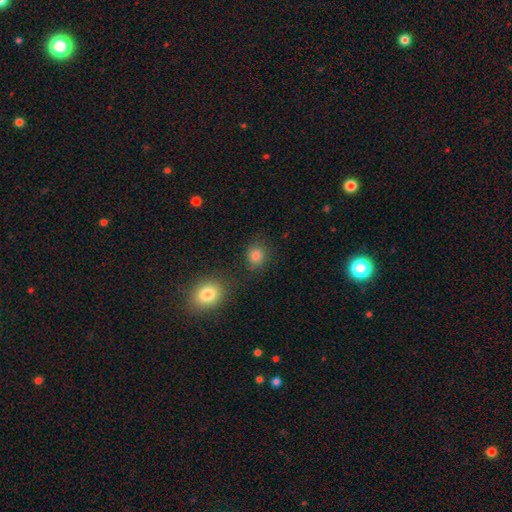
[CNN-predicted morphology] Smooth or featured: smooth — 82% (star or artifact — 12%)
How rounded: round — 79% (in between — 20%)
Merging: none — 78% (minor disturbance — 11%)